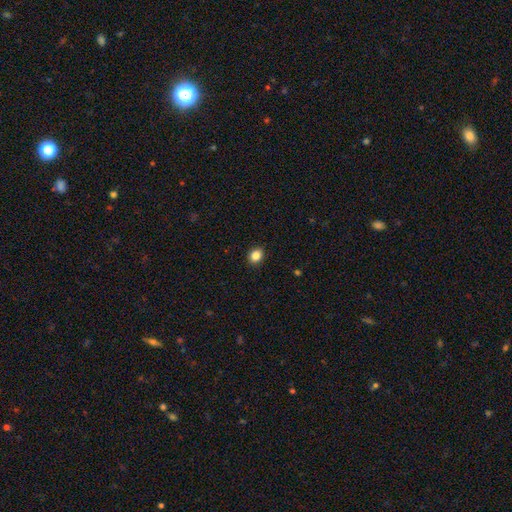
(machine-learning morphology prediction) Smooth or featured: smooth — 86% (star or artifact — 10%)
How rounded: round — 61% (in between — 38%)
Merging: none — 91% (minor disturbance — 6%)